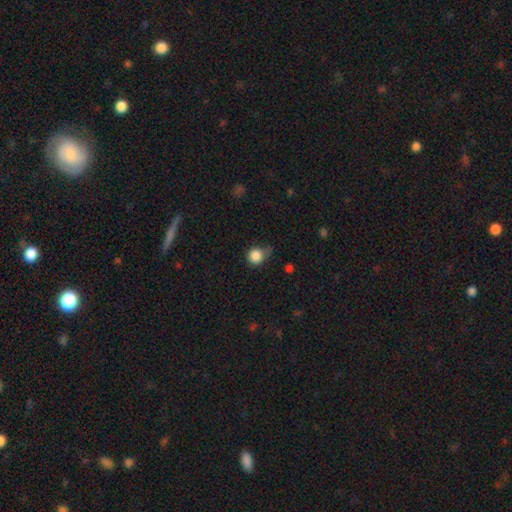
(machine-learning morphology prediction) type=smooth (85%); roundness=round (85%); merging=none (47%).